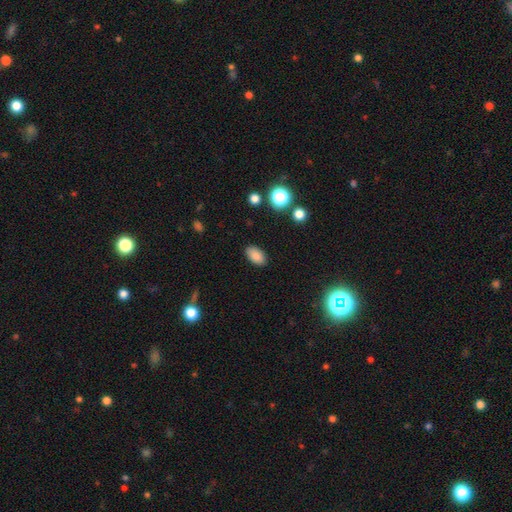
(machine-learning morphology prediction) type=smooth (86%); roundness=in between (92%); merging=none (87%).